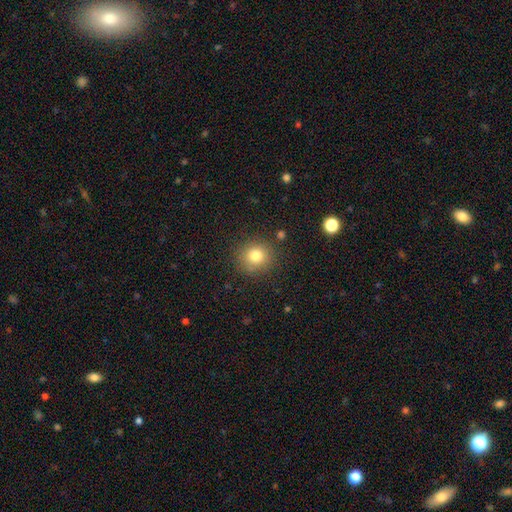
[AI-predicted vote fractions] This appears to be a smooth galaxy with no disk features (79%) that is round (88%). Merging: none (86%).